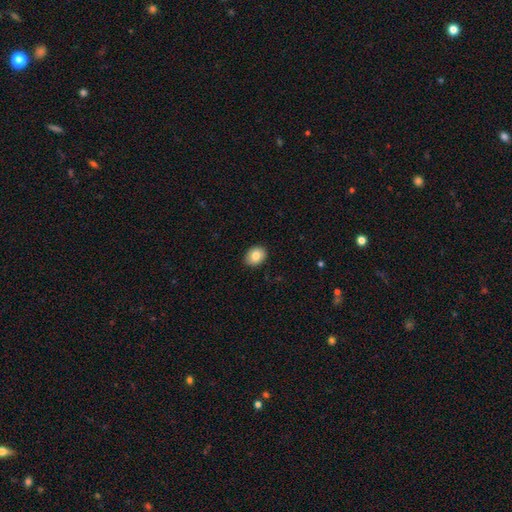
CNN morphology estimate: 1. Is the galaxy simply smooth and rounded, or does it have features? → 82% smooth, 10% featured or disk, 8% star or artifact.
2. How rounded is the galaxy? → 57% in between, 42% round, 1% cigar-shaped.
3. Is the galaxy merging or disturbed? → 90% none, 8% minor disturbance, 2% major disturbance, 1% merger.